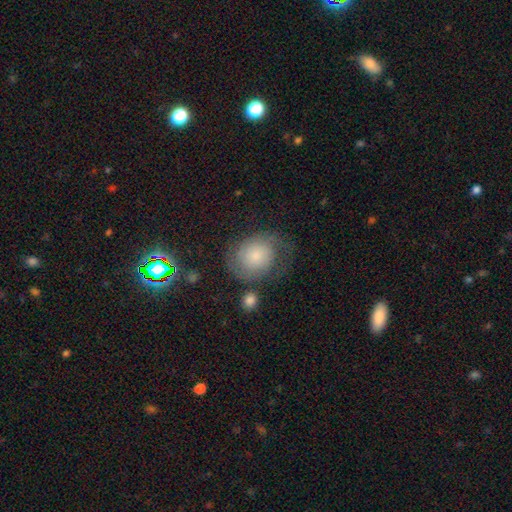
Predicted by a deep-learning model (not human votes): Smooth or featured? Predicted: featured or disk (p=0.54). Edge-on disk? Predicted: no (p=0.98). Bar? Predicted: no (p=0.79). Spiral arms? Predicted: yes (p=0.88). Bulge size? Predicted: small (p=0.41). Merging? Predicted: none (p=0.59).